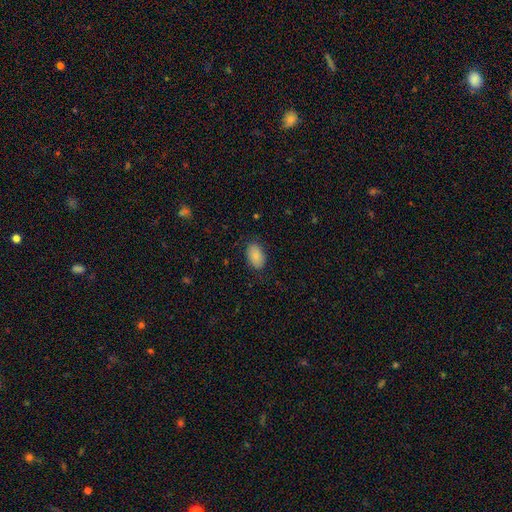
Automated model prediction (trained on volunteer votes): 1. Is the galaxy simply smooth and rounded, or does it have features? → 84% smooth, 9% featured or disk, 7% star or artifact.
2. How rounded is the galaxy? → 90% in between, 9% round, 1% cigar-shaped.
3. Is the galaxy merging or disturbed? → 83% none, 13% minor disturbance, 3% major disturbance, 1% merger.